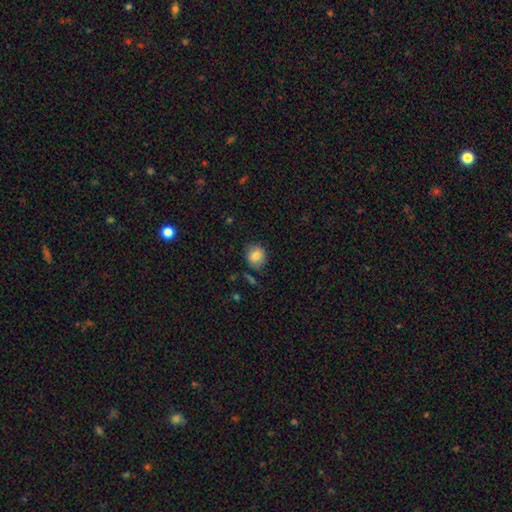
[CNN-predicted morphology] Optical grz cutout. It shows a smooth galaxy with no disk features (84%) that is round (84%). Merging: none (79%).